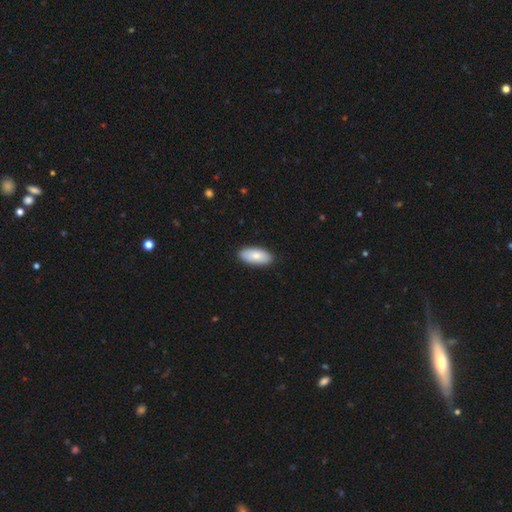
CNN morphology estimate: This appears to be a smooth galaxy with no disk features (81%) that is in between round and cigar-shaped (90%). Merging: none (89%).